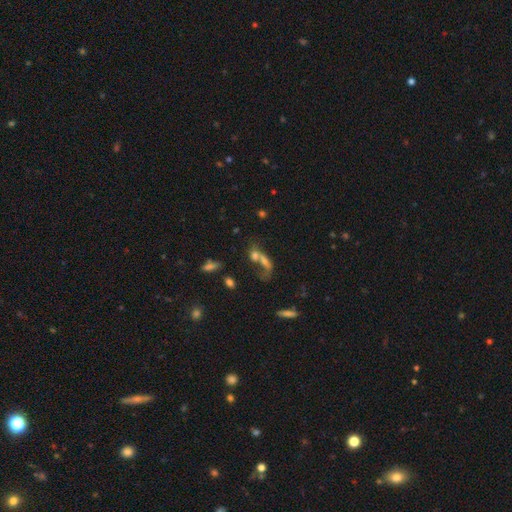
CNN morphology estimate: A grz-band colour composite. It shows a smooth galaxy with no disk features (55%) that is in between round and cigar-shaped (59%). Merging: merger (60%).